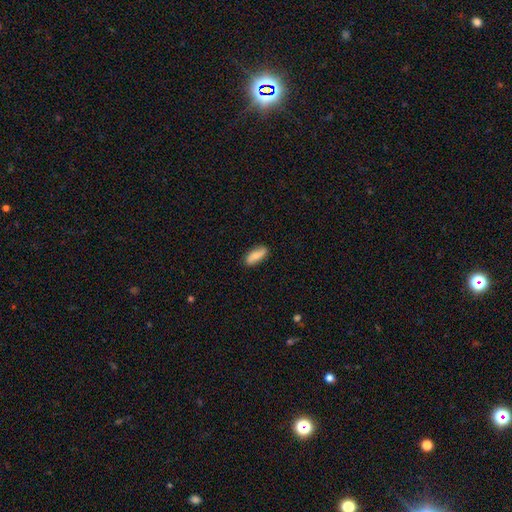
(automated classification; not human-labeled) Smooth or featured?
  - smooth: 80% *
  - featured or disk: 14%
  - star or artifact: 6%
How rounded?
  - in between: 72% *
  - cigar-shaped: 25%
  - round: 3%
Merging?
  - none: 86% *
  - minor disturbance: 10%
  - major disturbance: 2%
  - merger: 1%